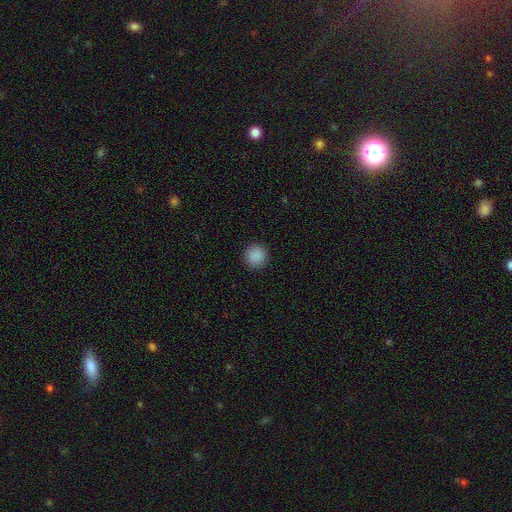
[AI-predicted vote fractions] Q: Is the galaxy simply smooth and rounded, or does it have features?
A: smooth — 89%.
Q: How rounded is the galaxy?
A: round — 94%.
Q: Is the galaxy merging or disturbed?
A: none — 92%.